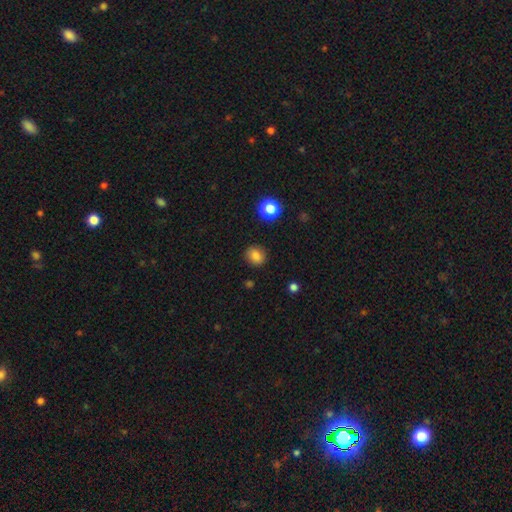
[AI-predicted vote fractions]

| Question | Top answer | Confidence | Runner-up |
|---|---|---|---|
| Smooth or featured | smooth | 84% | star or artifact (12%) |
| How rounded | round | 76% | in between (23%) |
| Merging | none | 88% | minor disturbance (8%) |